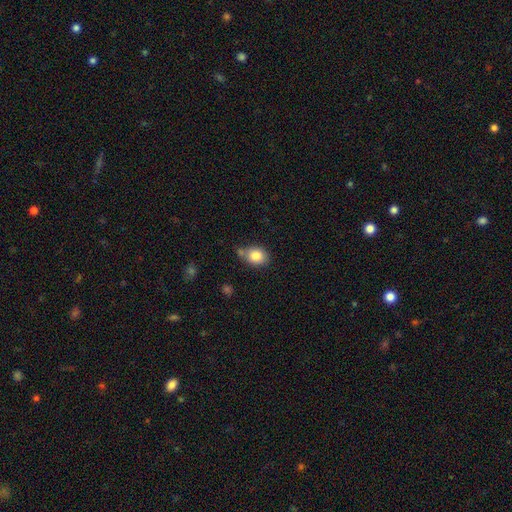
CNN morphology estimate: This appears to be a smooth galaxy with no disk features (83%) that is in between round and cigar-shaped (53%). Merging: none (59%).